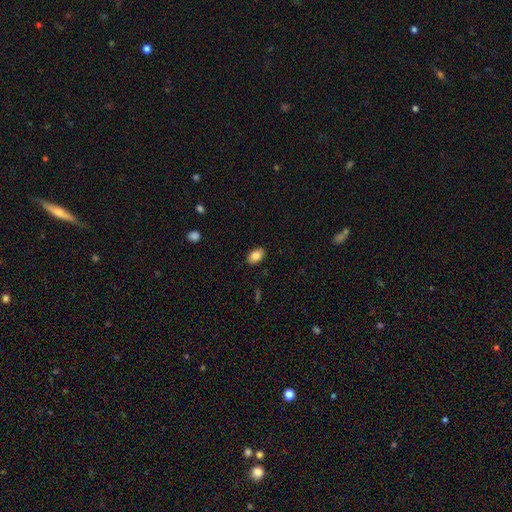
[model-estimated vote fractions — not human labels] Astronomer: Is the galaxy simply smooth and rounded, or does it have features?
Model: smooth — 86%.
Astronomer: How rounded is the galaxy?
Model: in between — 86%.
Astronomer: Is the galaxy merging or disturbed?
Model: none — 87%.